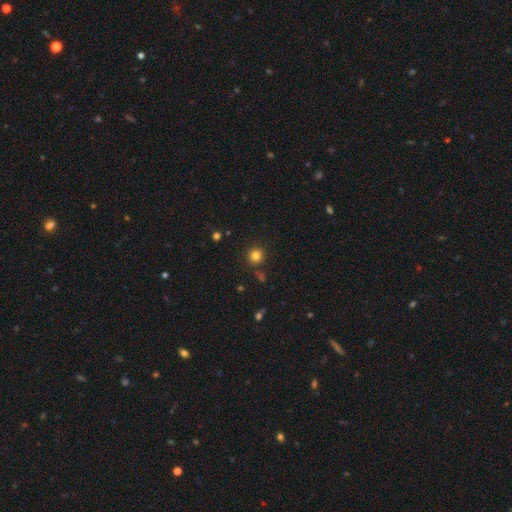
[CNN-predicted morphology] Q: Smooth or featured?
A: smooth (81%); runner-up: star or artifact (14%)
Q: How rounded?
A: round (93%); runner-up: in between (6%)
Q: Merging?
A: none (87%); runner-up: minor disturbance (7%)